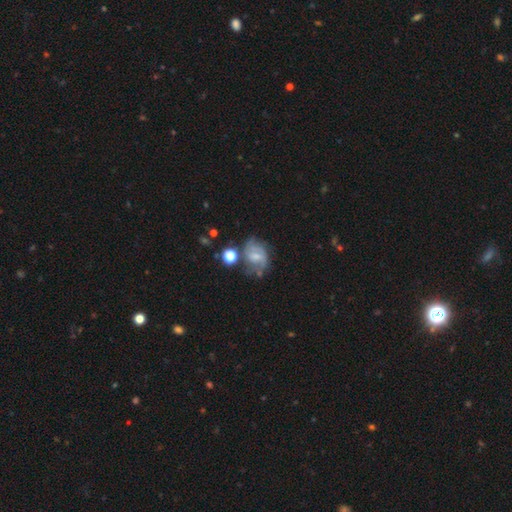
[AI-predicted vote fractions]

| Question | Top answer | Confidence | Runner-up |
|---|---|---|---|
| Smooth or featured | featured or disk | 61% | smooth (29%) |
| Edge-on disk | no | 97% | yes (3%) |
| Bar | weak | 52% | no (31%) |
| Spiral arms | yes | 79% | no (21%) |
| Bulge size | small | 38% | moderate (30%) |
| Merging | none | 47% | minor disturbance (26%) |